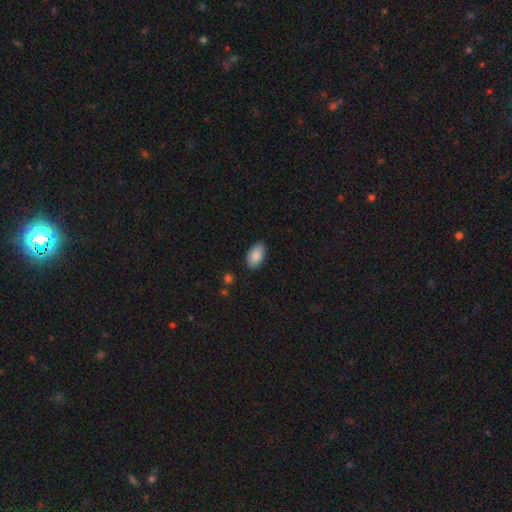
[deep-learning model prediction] Smooth or featured?
  - smooth: 88% *
  - star or artifact: 6%
  - featured or disk: 5%
How rounded?
  - in between: 94% *
  - round: 4%
  - cigar-shaped: 2%
Merging?
  - none: 84% *
  - minor disturbance: 13%
  - major disturbance: 2%
  - merger: 1%